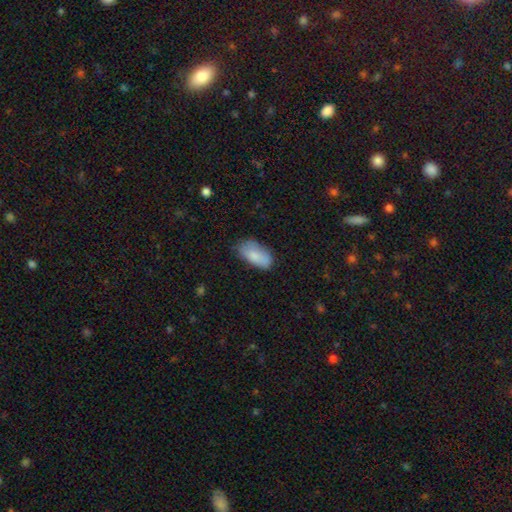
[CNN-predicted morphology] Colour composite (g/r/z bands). It shows a smooth galaxy with no disk features (82%) that is in between round and cigar-shaped (93%). Merging: none (67%).